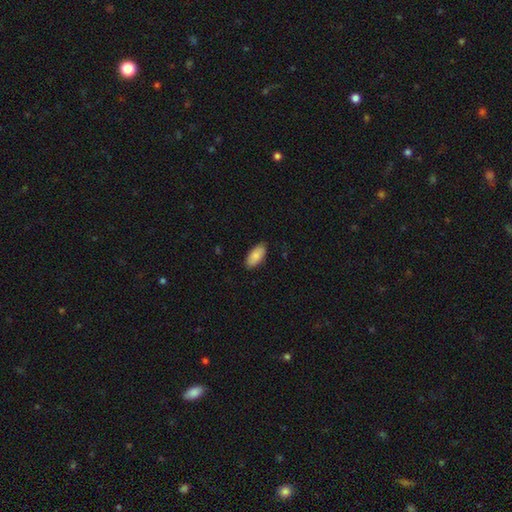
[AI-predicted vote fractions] Smooth or featured? Predicted: smooth (p=0.87). How rounded? Predicted: in between (p=0.91). Merging? Predicted: none (p=0.87).